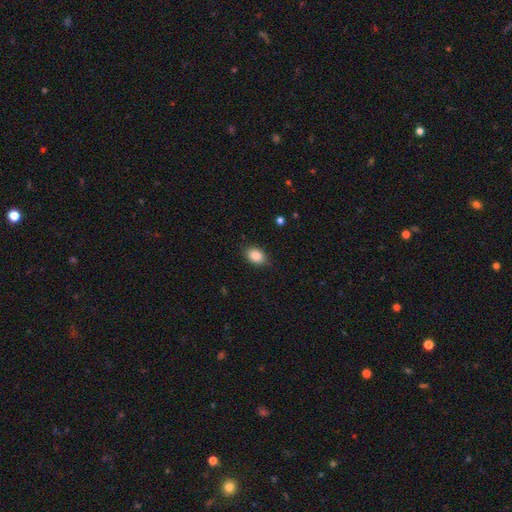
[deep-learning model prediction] Smooth or featured? smooth (87%)
How rounded? in between (80%)
Merging? none (81%)